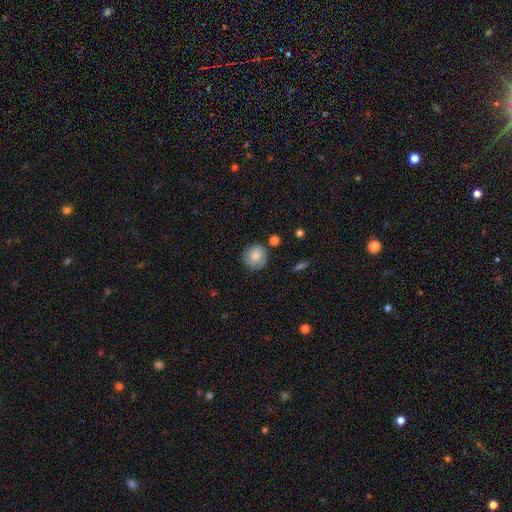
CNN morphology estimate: This appears to be a smooth galaxy with no disk features (79%) that is round (88%). Merging: none (78%).